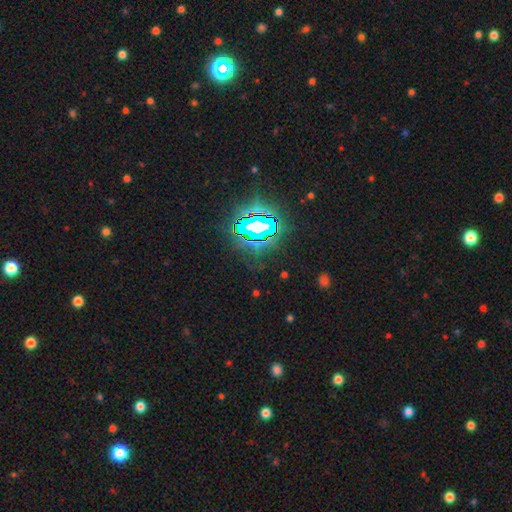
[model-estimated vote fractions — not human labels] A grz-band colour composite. It shows a star or artifact, not a galaxy (82%).